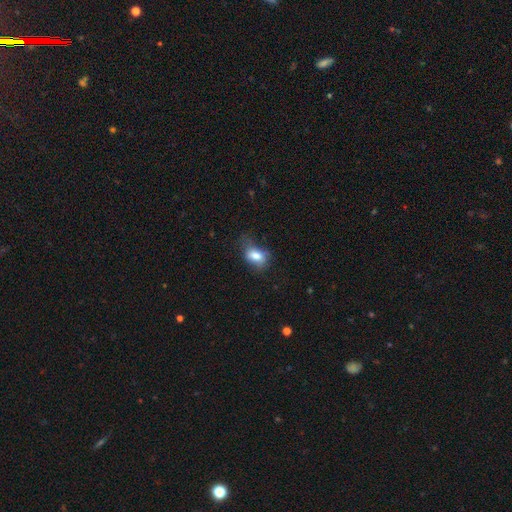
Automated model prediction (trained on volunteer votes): smooth 77%, featured or disk 14%, star or artifact 9%. Down the decision tree: how rounded — in between (83%); merging — none (38%).